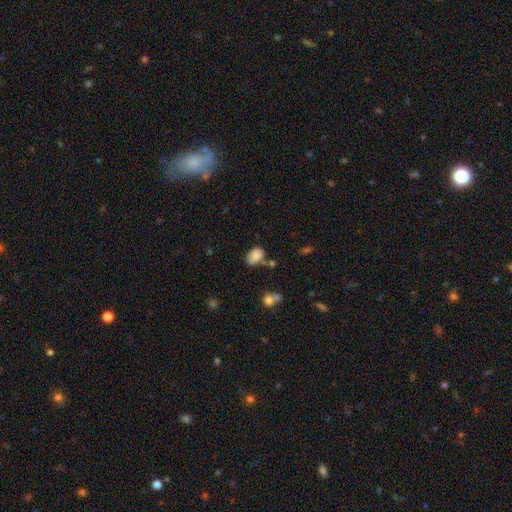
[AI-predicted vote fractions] This is clearly a smooth galaxy (83%). How rounded: clearly in between (83%). Merging: possibly none (57%).